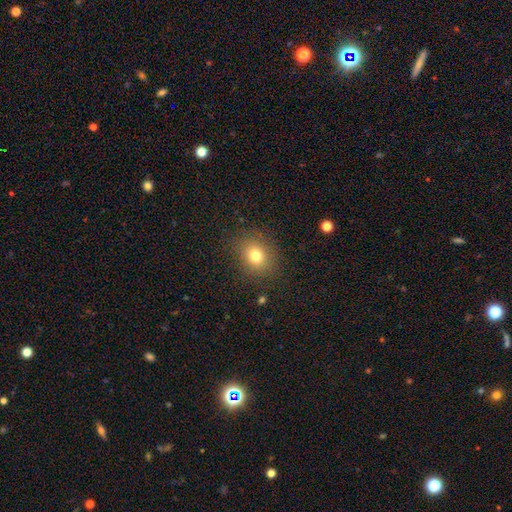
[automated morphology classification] A smooth galaxy with no disk features (77%) that is round (54%).

Vote fractions:
- Smooth or featured? smooth: 77% / star or artifact: 13% / featured or disk: 10%
- How rounded? round: 54% / in between: 44% / cigar-shaped: 1%
- Merging? none: 85% / minor disturbance: 10% / major disturbance: 4% / merger: 1%